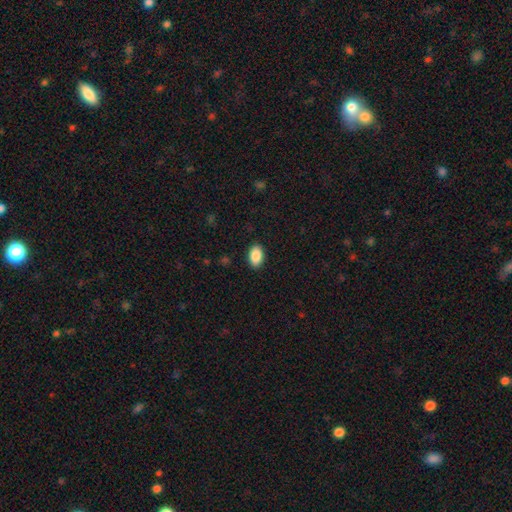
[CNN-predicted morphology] Q: Smooth or featured?
A: smooth (89%); runner-up: star or artifact (7%)
Q: How rounded?
A: in between (91%); runner-up: round (7%)
Q: Merging?
A: none (90%); runner-up: minor disturbance (7%)